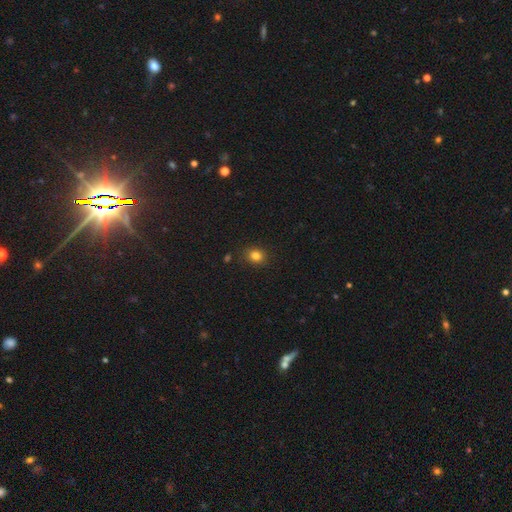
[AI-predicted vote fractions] A smooth galaxy with no disk features (82%) that is round (71%). Merging: none (88%).